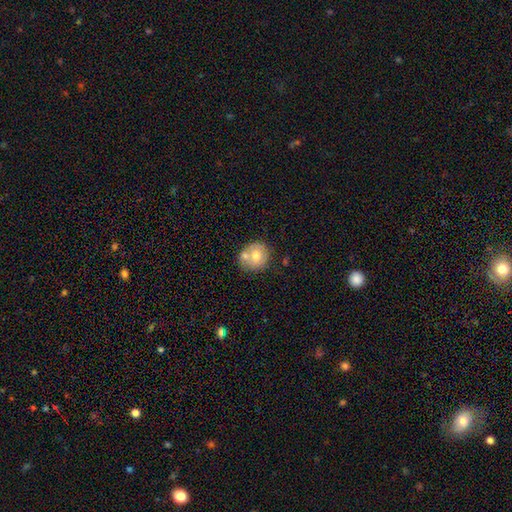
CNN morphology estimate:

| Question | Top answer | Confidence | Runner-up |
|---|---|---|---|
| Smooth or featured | smooth | 65% | featured or disk (26%) |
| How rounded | round | 81% | in between (18%) |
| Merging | none | 48% | merger (36%) |